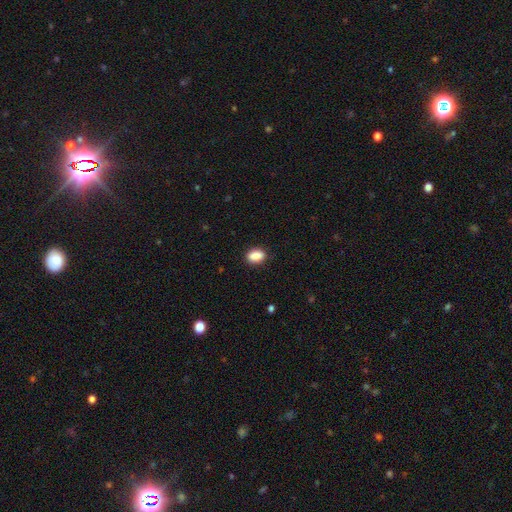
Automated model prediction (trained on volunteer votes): Smooth or featured?
  - smooth: 89% *
  - star or artifact: 8%
  - featured or disk: 3%
How rounded?
  - in between: 85% *
  - round: 13%
  - cigar-shaped: 2%
Merging?
  - none: 86% *
  - minor disturbance: 10%
  - major disturbance: 2%
  - merger: 1%